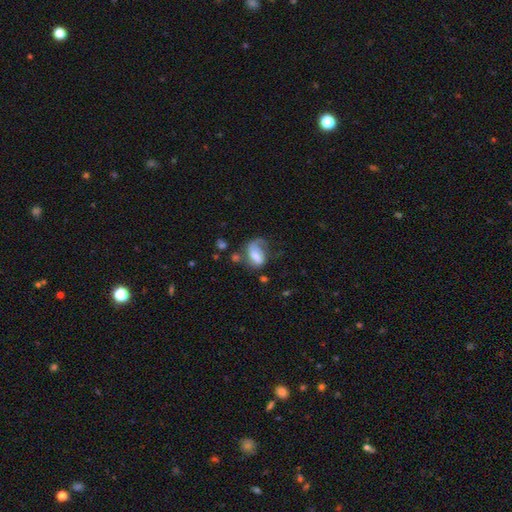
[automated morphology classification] Smooth or featured? featured or disk (51%)
Edge-on disk? no (96%)
Merging? major disturbance (35%)